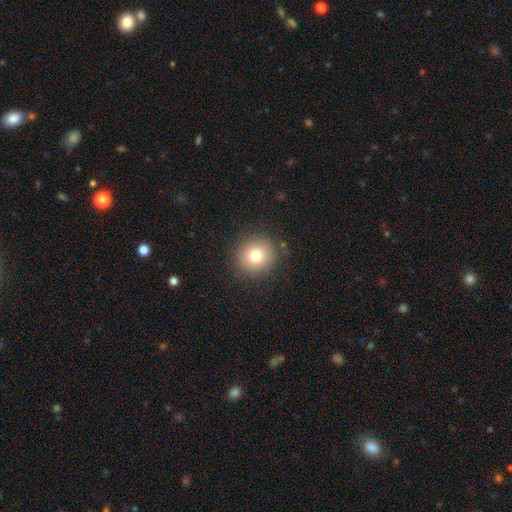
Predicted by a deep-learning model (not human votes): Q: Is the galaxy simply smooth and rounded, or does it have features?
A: smooth — 77%.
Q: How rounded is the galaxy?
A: round — 92%.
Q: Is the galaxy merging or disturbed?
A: none — 88%.